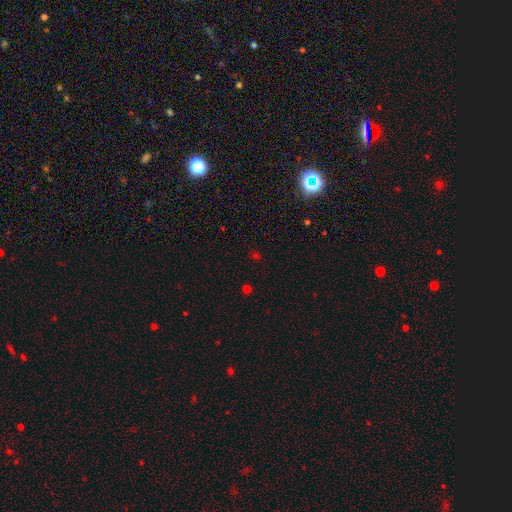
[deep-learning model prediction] Smooth or featured? Predicted: star or artifact (p=0.51).